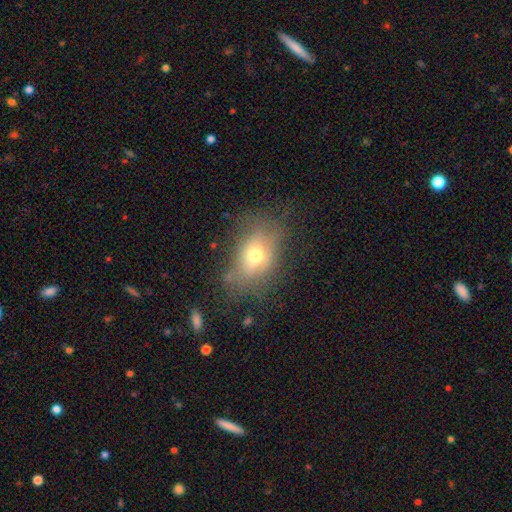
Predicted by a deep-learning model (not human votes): smooth-or-featured: smooth: 54% | featured or disk: 31% | star or artifact: 15%
  how-rounded: in between: 72% | round: 25% | cigar-shaped: 3%
  merging: none: 62% | minor disturbance: 24% | major disturbance: 12% | merger: 3%